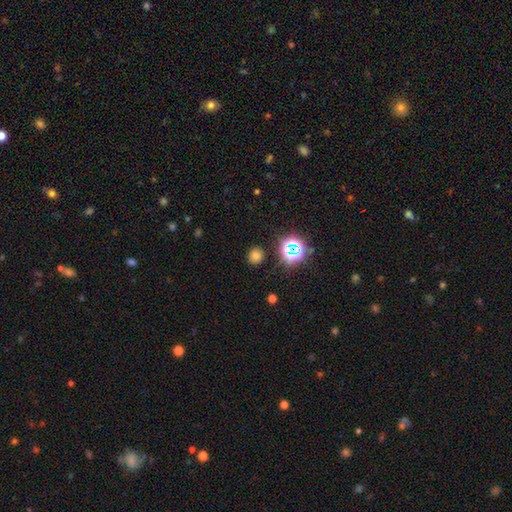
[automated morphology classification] This appears to be a smooth galaxy with no disk features (69%) that is round (84%). Merging: none (87%).